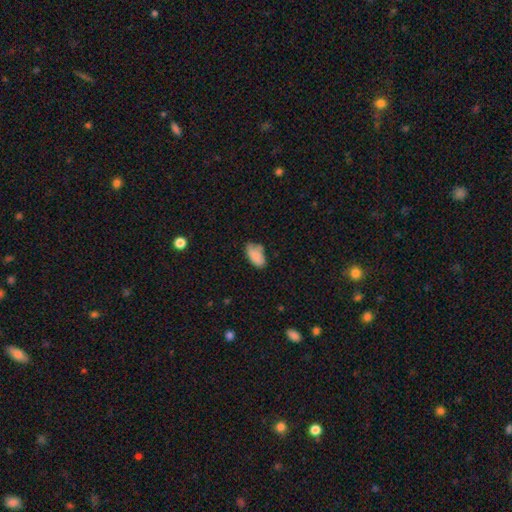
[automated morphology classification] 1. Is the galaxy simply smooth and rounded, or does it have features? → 84% smooth, 8% featured or disk, 8% star or artifact.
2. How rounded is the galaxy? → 93% in between, 4% round, 3% cigar-shaped.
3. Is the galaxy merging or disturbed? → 59% none, 29% minor disturbance, 7% major disturbance, 4% merger.